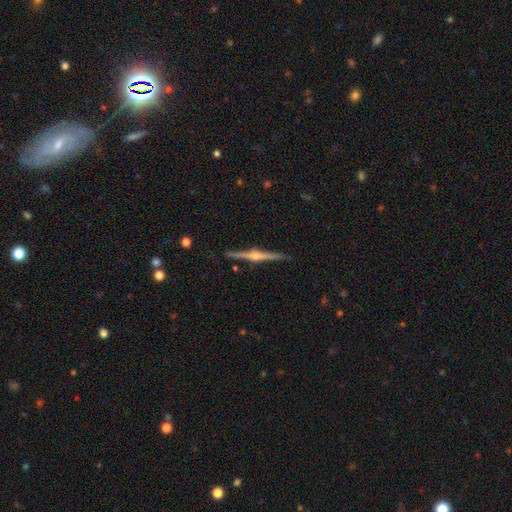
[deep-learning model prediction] This appears to be a featured or disk galaxy (87%) viewed edge-on (99%) with a rounded central bulge (93%). Merging: none (91%).